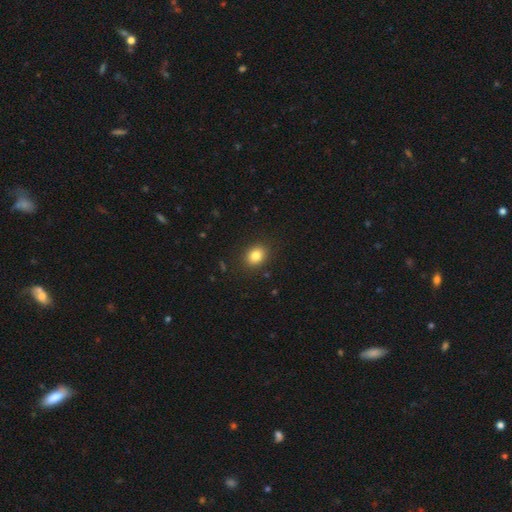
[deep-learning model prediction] smooth 83%, star or artifact 10%, featured or disk 7%. Down the decision tree: how rounded — in between (51%); merging — none (89%).